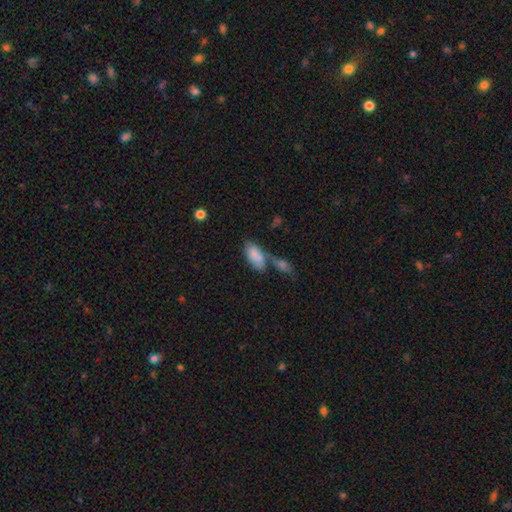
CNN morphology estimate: Overall: smooth (82%). How rounded: in between (91%). Merging: merger (41%; none 37%).